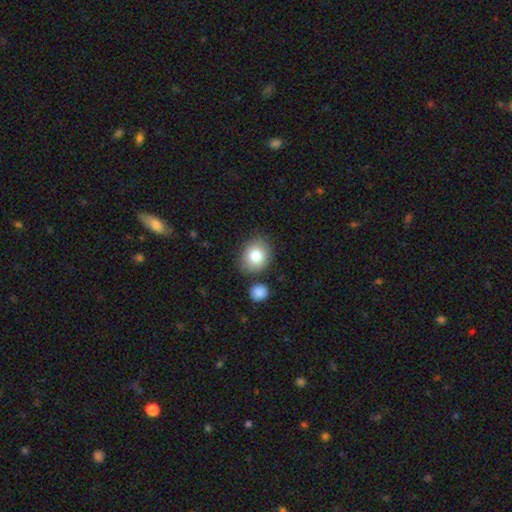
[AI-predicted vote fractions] Smooth or featured? Predicted: smooth (p=0.82). How rounded? Predicted: round (p=0.66). Merging? Predicted: none (p=0.76).